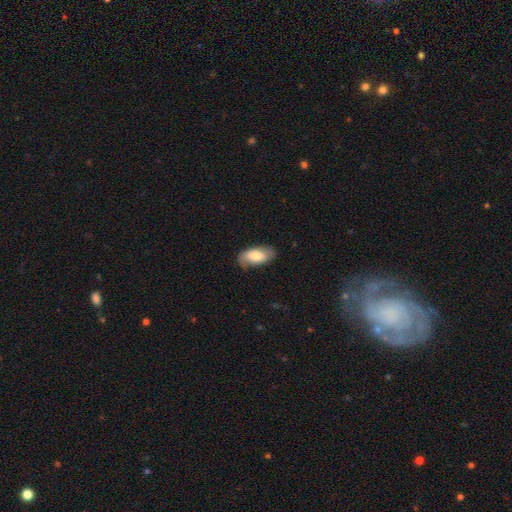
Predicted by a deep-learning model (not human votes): The model was most divided on "smooth or featured": smooth: 69%, featured or disk: 25%, star or artifact: 6%. More confident: how rounded — in between (93%); merging — none (72%).